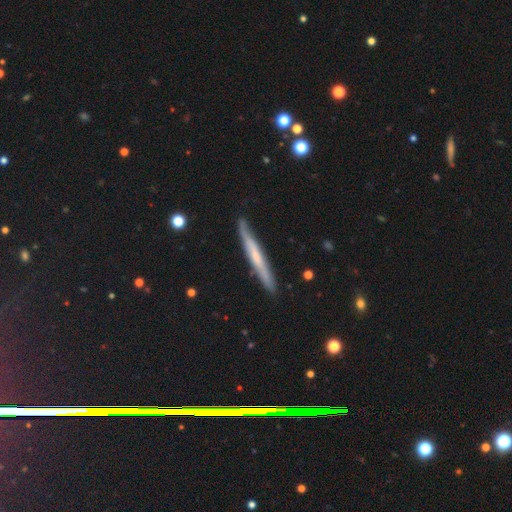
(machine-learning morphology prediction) A featured or disk galaxy (54%) viewed edge-on (92%). Merging: none (85%).